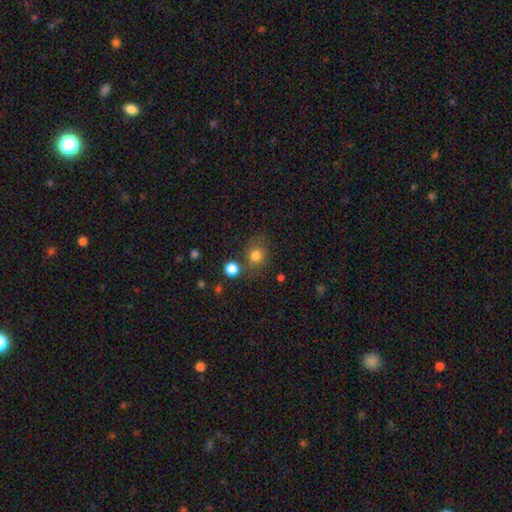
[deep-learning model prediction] Smooth or featured? Predicted: smooth (p=0.80). How rounded? Predicted: round (p=0.77). Merging? Predicted: none (p=0.68).